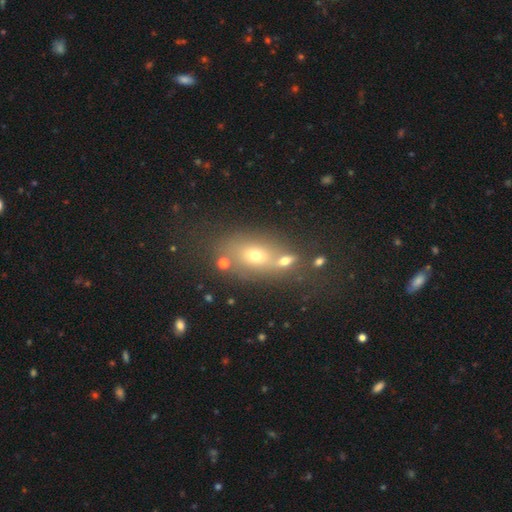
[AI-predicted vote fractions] smooth_or_featured: smooth (p=0.53) [alt: featured or disk p=0.24]
how_rounded: in between (p=0.62) [alt: round p=0.28]
merging: none (p=0.46) [alt: merger p=0.35]